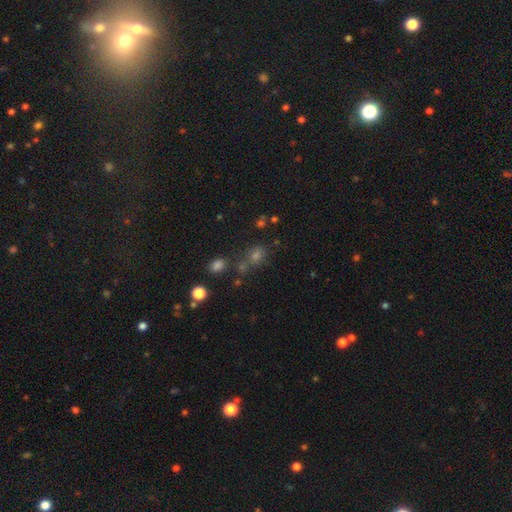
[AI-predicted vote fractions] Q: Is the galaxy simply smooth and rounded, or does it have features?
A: smooth — 59%.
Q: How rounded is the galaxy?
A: round — 57%.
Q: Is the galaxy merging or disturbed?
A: none — 63%.